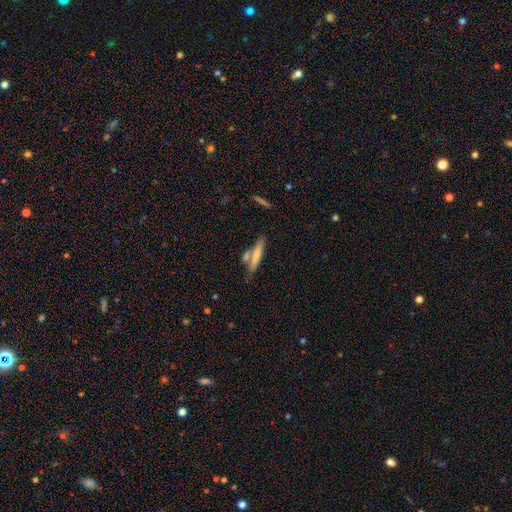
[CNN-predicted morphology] This appears to be a smooth galaxy with no disk features (65%) that is cigar-shaped (84%). Merging: none (58%).